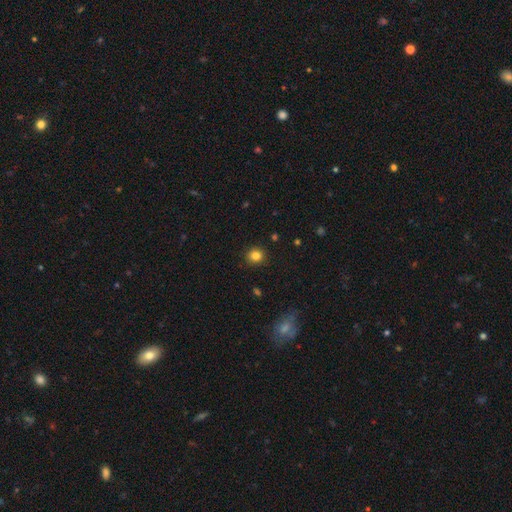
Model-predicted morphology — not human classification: Q: Smooth or featured?
A: smooth (83%); runner-up: star or artifact (12%)
Q: How rounded?
A: round (89%); runner-up: in between (10%)
Q: Merging?
A: none (91%); runner-up: minor disturbance (6%)